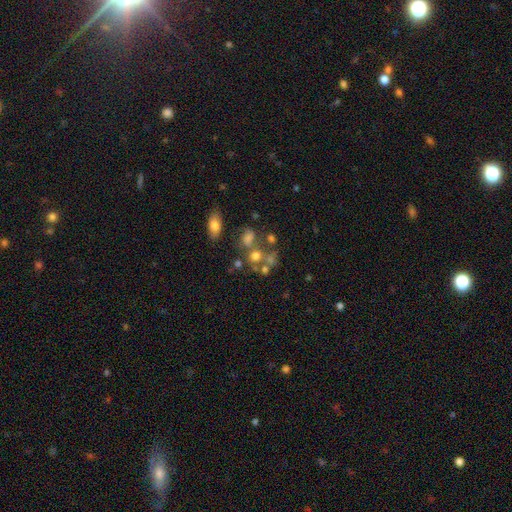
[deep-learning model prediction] A smooth galaxy with no disk features (59%) that is round (65%). Merging: merger (39%).